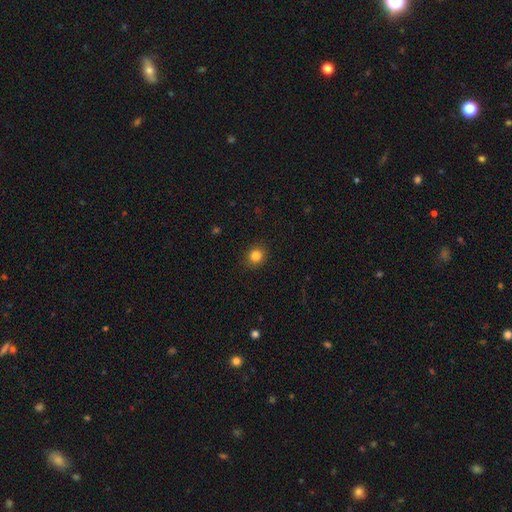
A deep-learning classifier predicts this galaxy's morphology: smooth_or_featured: smooth (p=0.83) [alt: star or artifact p=0.12]
how_rounded: round (p=0.79) [alt: in between p=0.20]
merging: none (p=0.90) [alt: minor disturbance p=0.07]